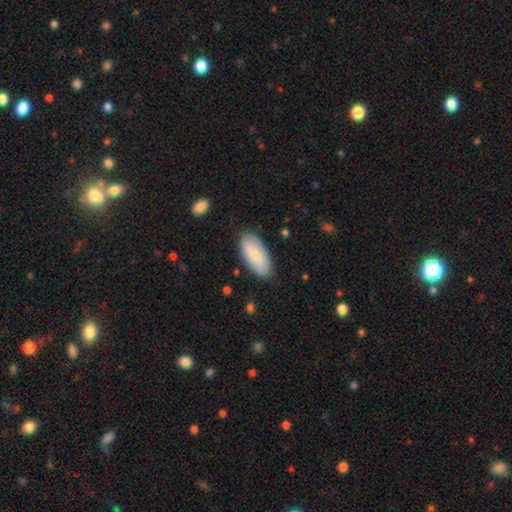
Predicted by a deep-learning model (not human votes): Smooth or featured? Predicted: smooth (p=0.71). How rounded? Predicted: in between (p=0.90). Merging? Predicted: none (p=0.83).